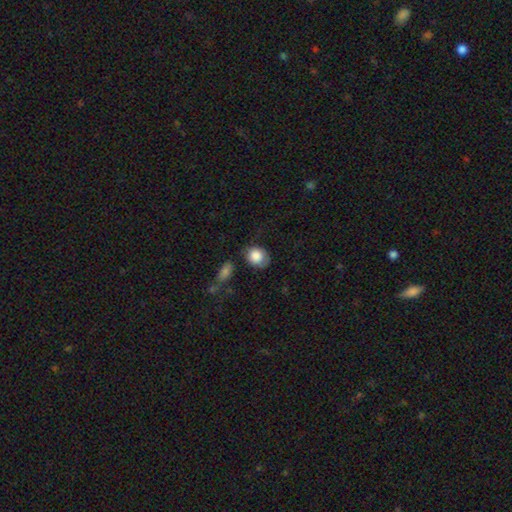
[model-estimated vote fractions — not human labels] Morphology: type=smooth (85%); roundness=round (60%); merging=none (57%).